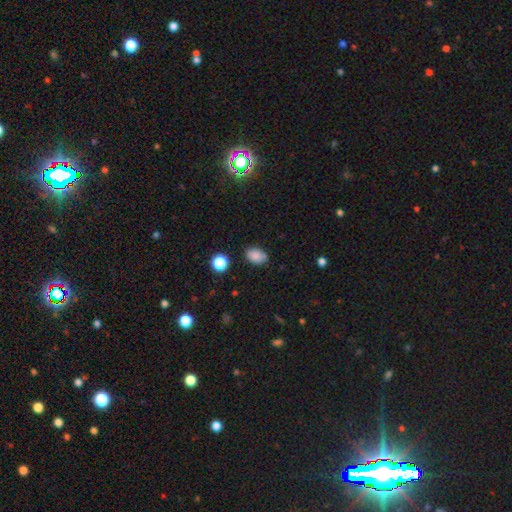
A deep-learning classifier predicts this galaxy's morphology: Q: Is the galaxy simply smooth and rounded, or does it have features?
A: smooth — 83%.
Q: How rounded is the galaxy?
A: in between — 79%.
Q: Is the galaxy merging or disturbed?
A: none — 79%.